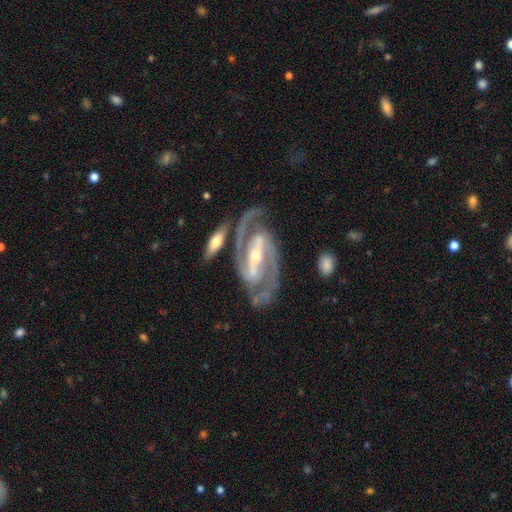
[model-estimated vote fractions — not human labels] The model was most divided on "spiral winding": medium: 50%, tight: 42%, loose: 8%. More confident: spiral arms — yes (98%); edge-on disk — no (96%); smooth or featured — featured or disk (93%); spiral arm count — 2 (92%); merging — none (73%); bar — strong (72%); bulge size — small (57%).